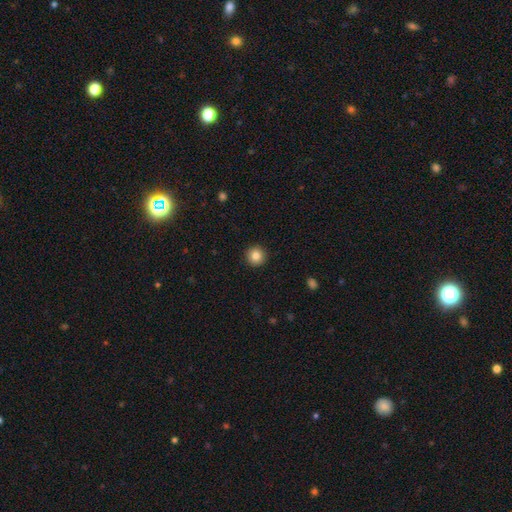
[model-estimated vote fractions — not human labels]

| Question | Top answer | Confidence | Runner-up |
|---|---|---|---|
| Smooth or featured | smooth | 84% | star or artifact (10%) |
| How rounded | round | 95% | in between (4%) |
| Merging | none | 93% | minor disturbance (5%) |